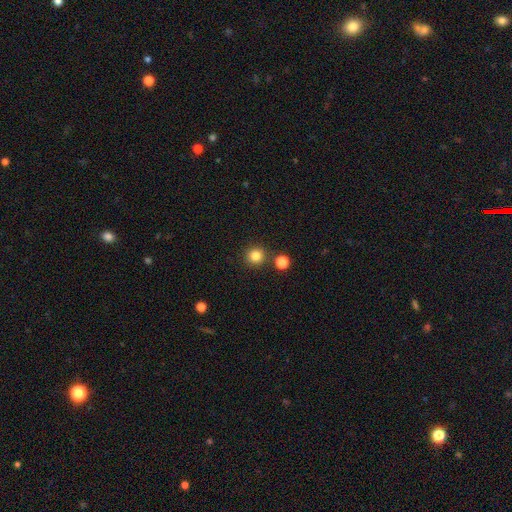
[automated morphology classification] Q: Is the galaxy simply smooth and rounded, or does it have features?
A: smooth — 82%.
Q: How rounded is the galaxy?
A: round — 94%.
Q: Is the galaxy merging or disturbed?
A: none — 85%.